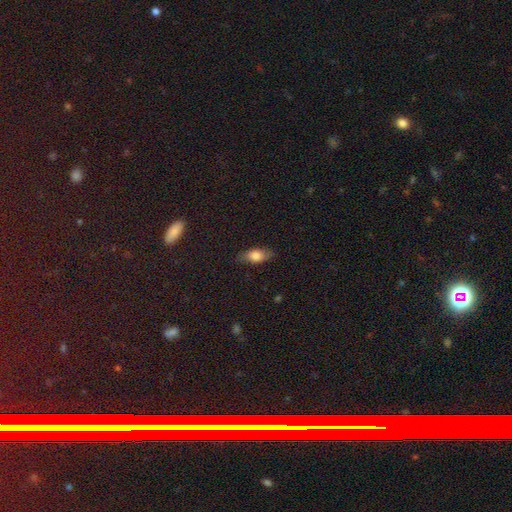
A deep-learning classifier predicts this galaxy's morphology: smooth_or_featured: smooth (p=0.75) [alt: featured or disk p=0.16]
how_rounded: in between (p=0.82) [alt: cigar-shaped p=0.12]
merging: none (p=0.81) [alt: minor disturbance p=0.15]